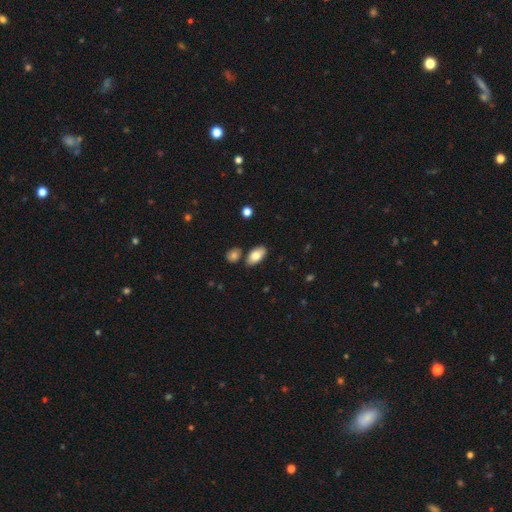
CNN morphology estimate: Smooth or featured? Predicted: smooth (p=0.81). How rounded? Predicted: in between (p=0.93). Merging? Predicted: none (p=0.80).